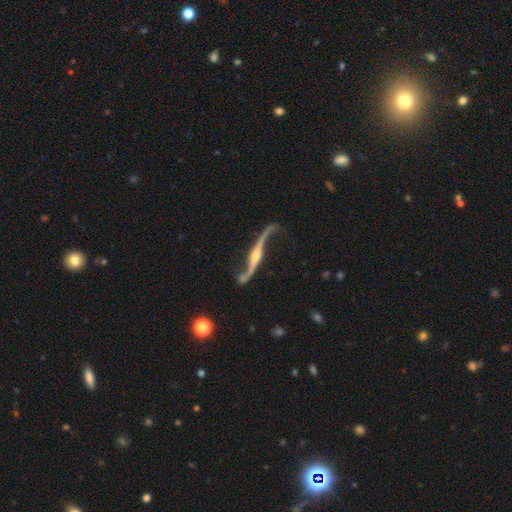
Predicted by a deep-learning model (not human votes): A featured or disk galaxy (91%).

Vote fractions:
- Smooth or featured? featured or disk: 91% / star or artifact: 5% / smooth: 4%
- Edge-on disk? no: 52% / yes: 48%
- Merging? none: 63% / minor disturbance: 19% / major disturbance: 11% / merger: 7%